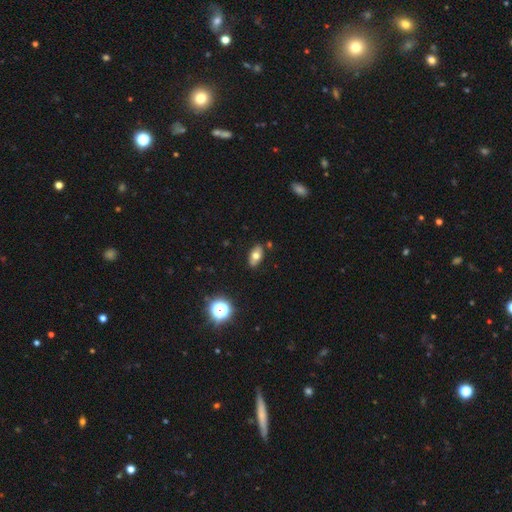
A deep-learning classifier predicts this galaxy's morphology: smooth_or_featured: smooth (p=0.64) [alt: featured or disk p=0.25]
how_rounded: in between (p=0.88) [alt: round p=0.08]
merging: none (p=0.83) [alt: minor disturbance p=0.12]